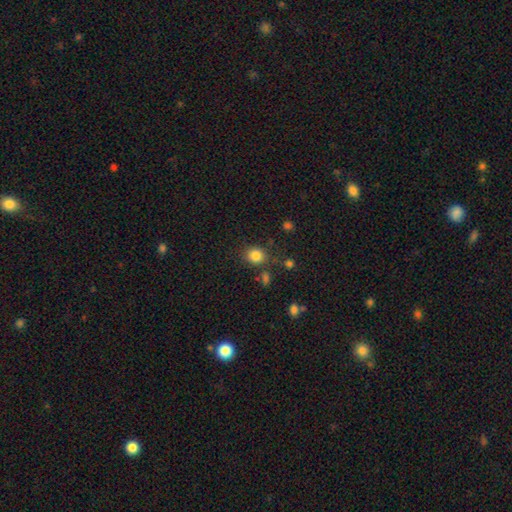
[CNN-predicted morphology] A smooth galaxy with no disk features (83%) that is round (79%). Merging: none (79%).